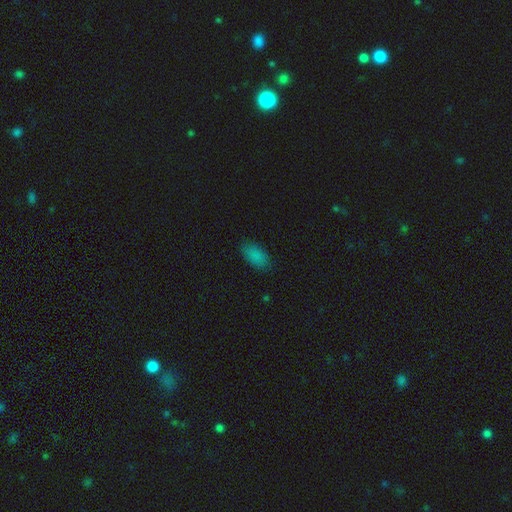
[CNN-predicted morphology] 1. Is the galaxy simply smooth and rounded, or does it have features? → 85% smooth, 10% star or artifact, 5% featured or disk.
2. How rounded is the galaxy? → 93% in between, 4% cigar-shaped, 3% round.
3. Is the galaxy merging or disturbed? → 83% none, 13% minor disturbance, 3% major disturbance, 1% merger.